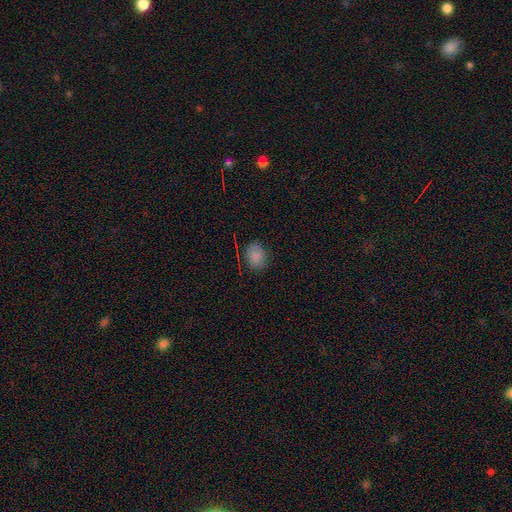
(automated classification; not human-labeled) smooth 82%, star or artifact 13%, featured or disk 5%. Down the decision tree: how rounded — round (54%); merging — none (82%).